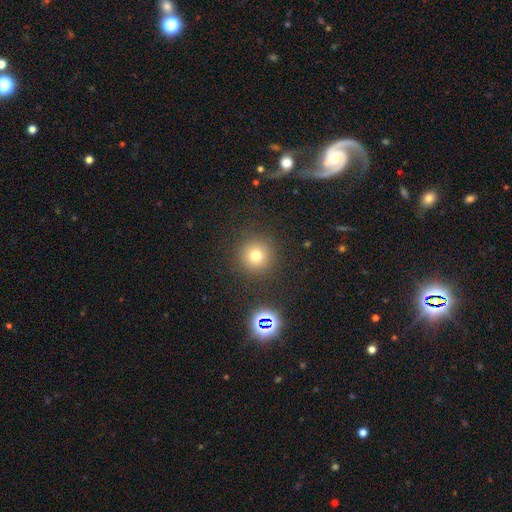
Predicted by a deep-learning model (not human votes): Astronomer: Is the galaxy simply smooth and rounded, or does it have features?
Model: smooth — 72%.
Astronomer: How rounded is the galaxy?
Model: round — 96%.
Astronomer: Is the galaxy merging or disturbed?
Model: none — 89%.